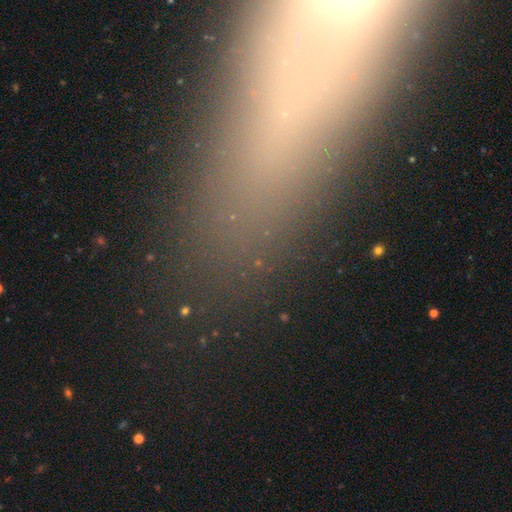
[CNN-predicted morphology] Overall: star or artifact (39%; smooth 37%).